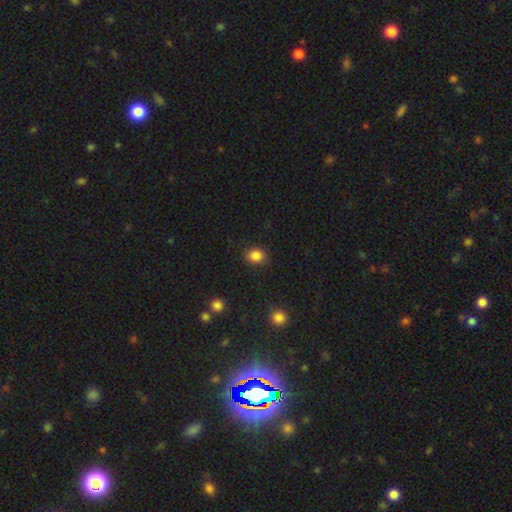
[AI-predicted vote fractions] Smooth or featured: smooth — 86% (star or artifact — 10%)
How rounded: round — 70% (in between — 29%)
Merging: none — 86% (minor disturbance — 10%)